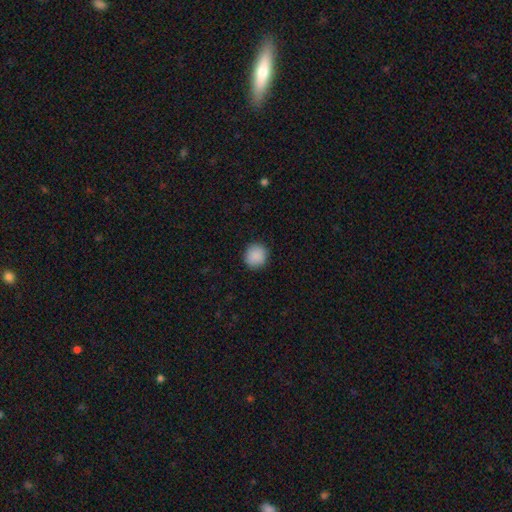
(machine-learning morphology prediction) Overall: smooth (89%). How rounded: round (91%). Merging: none (91%).